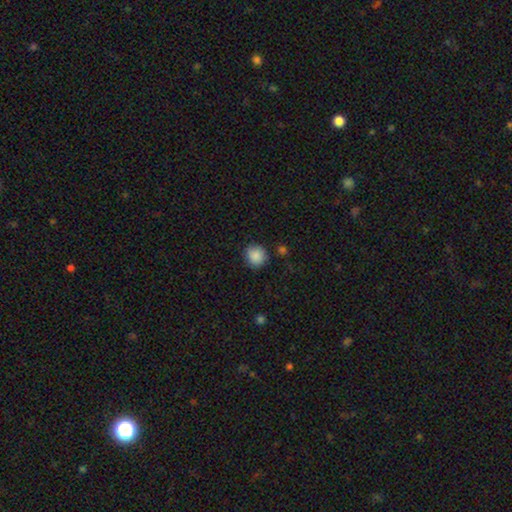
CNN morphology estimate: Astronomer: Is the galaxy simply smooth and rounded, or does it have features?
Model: smooth — 88%.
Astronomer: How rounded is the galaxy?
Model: round — 88%.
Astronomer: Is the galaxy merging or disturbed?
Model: none — 85%.